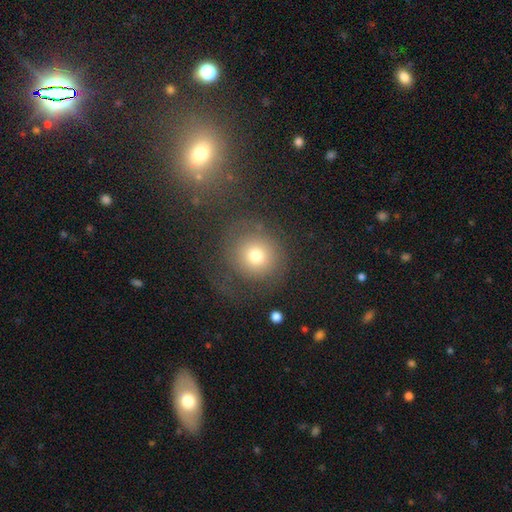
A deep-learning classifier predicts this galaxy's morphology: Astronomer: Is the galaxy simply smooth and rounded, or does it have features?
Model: smooth — 68%.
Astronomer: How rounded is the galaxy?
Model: round — 90%.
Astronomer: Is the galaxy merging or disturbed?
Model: none — 61%.